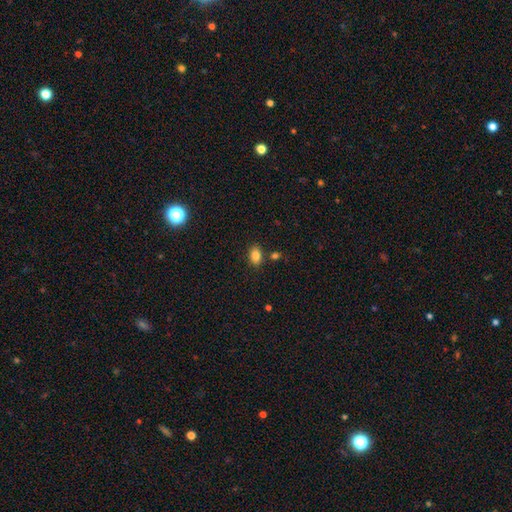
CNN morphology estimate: Overall: smooth (84%). How rounded: in between (82%). Merging: none (80%).